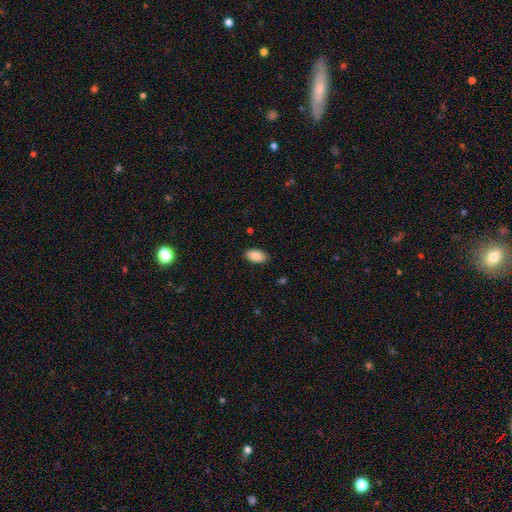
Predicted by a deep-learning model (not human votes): Q: Smooth or featured?
A: smooth (89%); runner-up: star or artifact (7%)
Q: How rounded?
A: in between (95%); runner-up: round (3%)
Q: Merging?
A: none (88%); runner-up: minor disturbance (9%)